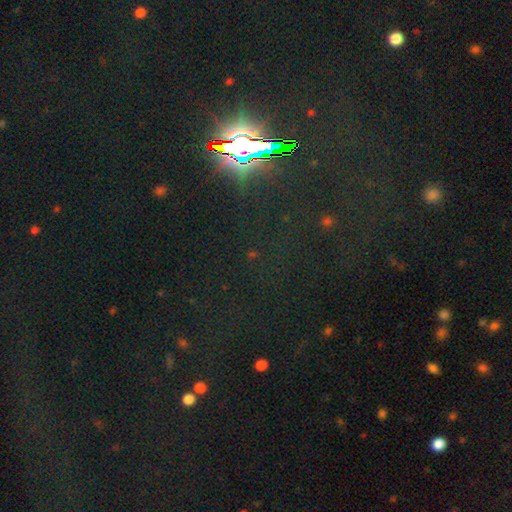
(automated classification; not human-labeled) Overall: star or artifact (80%).